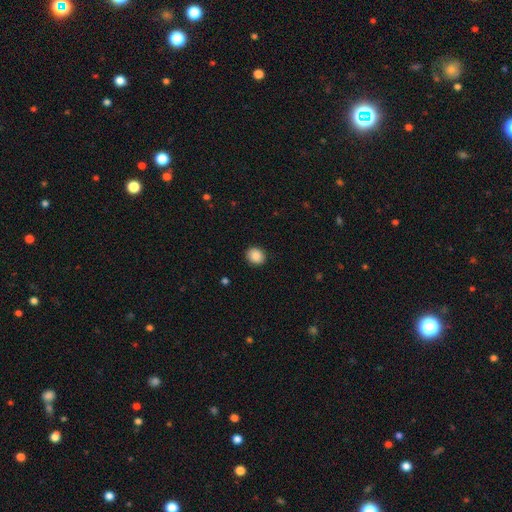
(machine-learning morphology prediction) Overall: smooth (88%). How rounded: round (70%). Merging: none (90%).